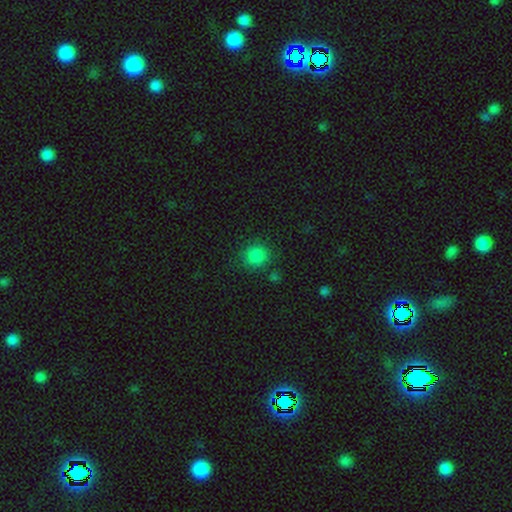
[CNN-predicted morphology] smooth-or-featured: smooth: 84% | star or artifact: 12% | featured or disk: 3%
  how-rounded: round: 86% | in between: 13% | cigar-shaped: 1%
  merging: none: 83% | minor disturbance: 10% | major disturbance: 4% | merger: 3%